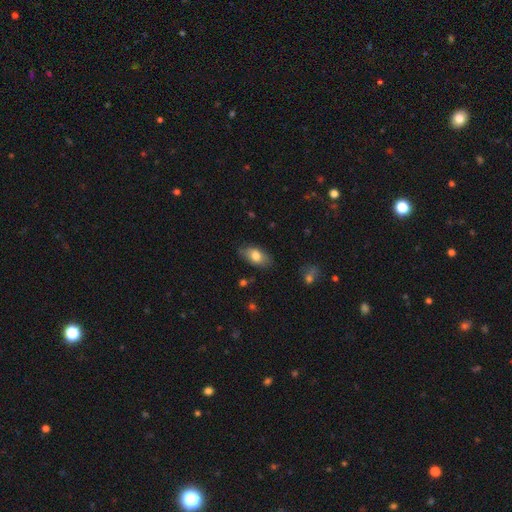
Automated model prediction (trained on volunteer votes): This is likely a smooth galaxy (76%). How rounded: clearly in between (92%). Merging: likely none (79%).